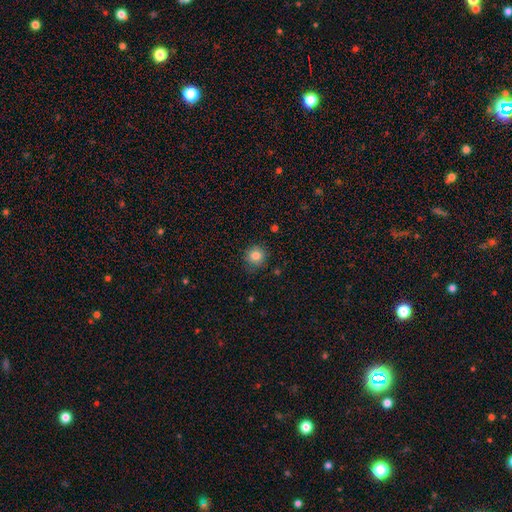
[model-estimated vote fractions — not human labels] Smooth or featured: smooth — 83% (star or artifact — 11%)
How rounded: round — 90% (in between — 9%)
Merging: none — 82% (minor disturbance — 14%)